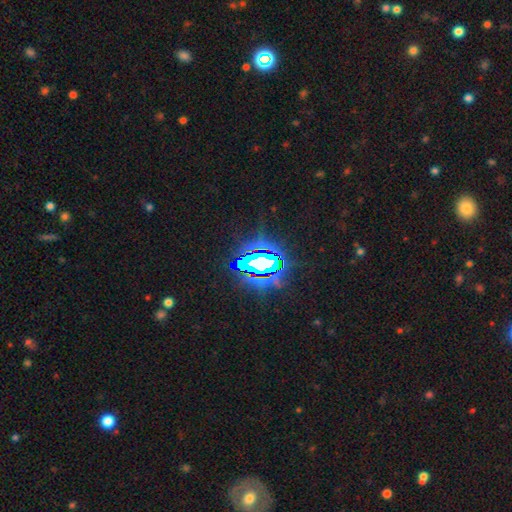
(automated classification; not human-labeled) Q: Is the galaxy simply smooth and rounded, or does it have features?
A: star or artifact — 76%.